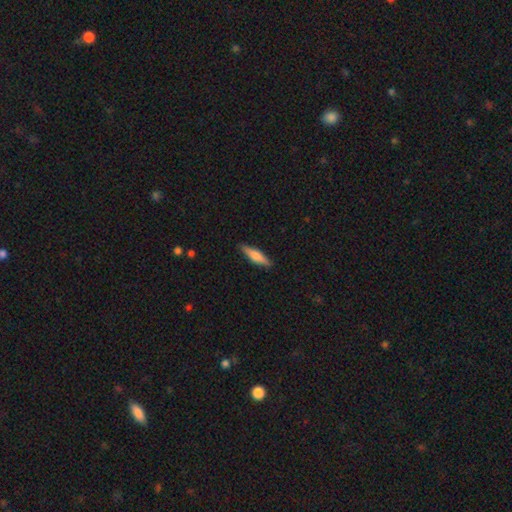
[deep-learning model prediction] Q: Smooth or featured?
A: smooth (64%); runner-up: featured or disk (30%)
Q: How rounded?
A: cigar-shaped (73%); runner-up: in between (25%)
Q: Merging?
A: none (88%); runner-up: minor disturbance (9%)